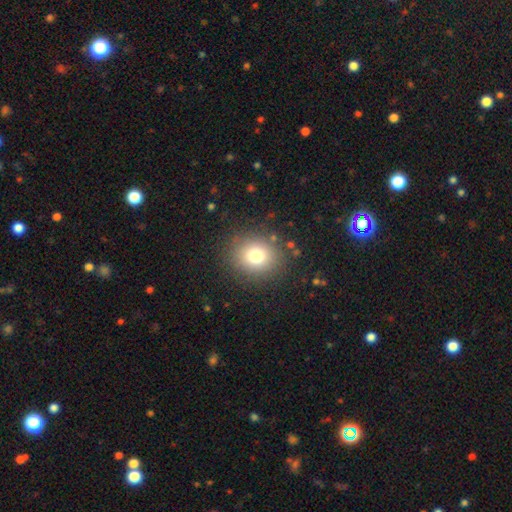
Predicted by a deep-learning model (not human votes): Smooth or featured? smooth (76%)
How rounded? round (78%)
Merging? none (87%)